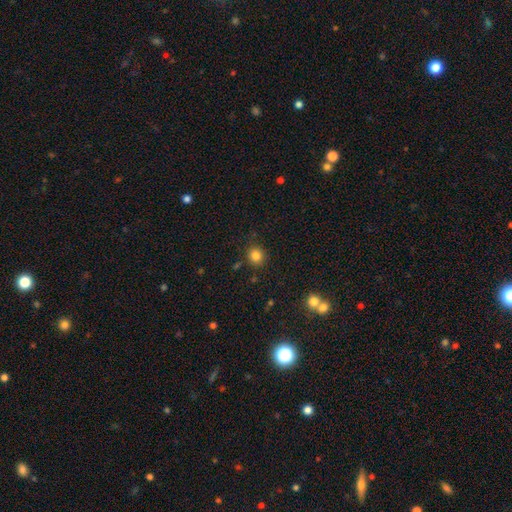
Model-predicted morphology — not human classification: type=smooth (83%); roundness=round (85%); merging=none (86%).